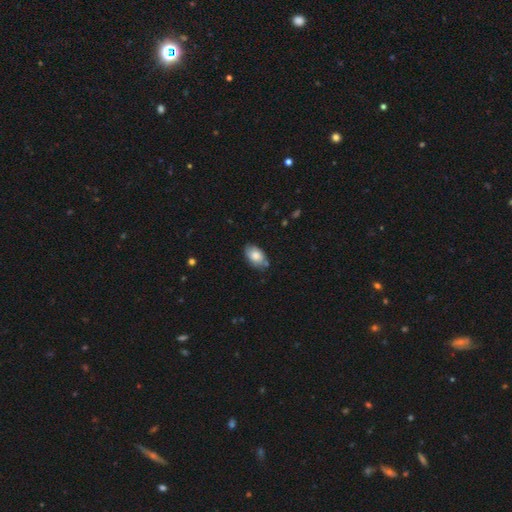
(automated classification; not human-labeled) This is clearly a smooth galaxy (82%). How rounded: clearly in between (91%). Merging: likely none (75%).